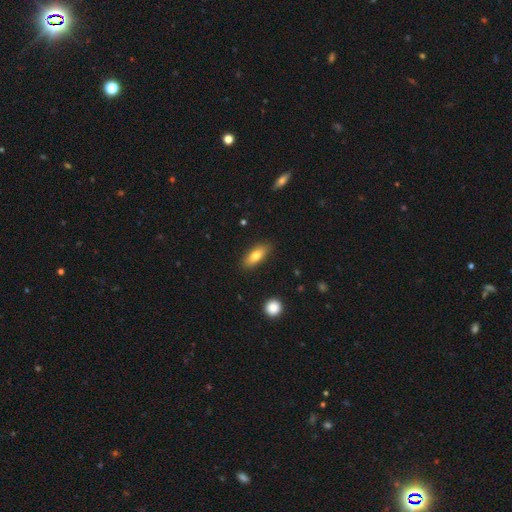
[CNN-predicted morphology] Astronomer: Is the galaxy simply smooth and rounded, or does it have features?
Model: smooth — 75%.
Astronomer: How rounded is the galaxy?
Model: in between — 73%.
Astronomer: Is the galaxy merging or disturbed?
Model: none — 86%.